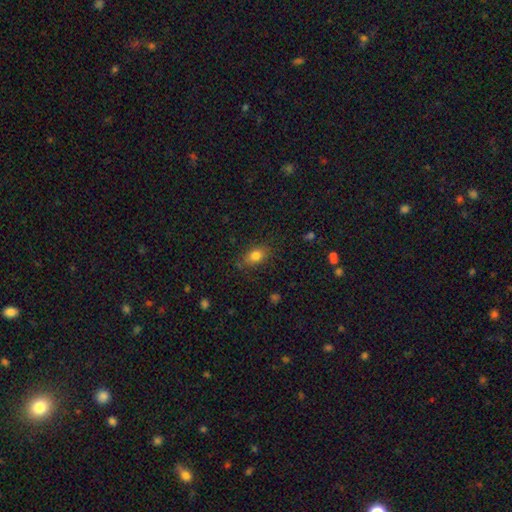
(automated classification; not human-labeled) Q: Smooth or featured?
A: smooth (81%); runner-up: star or artifact (10%)
Q: How rounded?
A: in between (77%); runner-up: round (20%)
Q: Merging?
A: none (78%); runner-up: minor disturbance (16%)